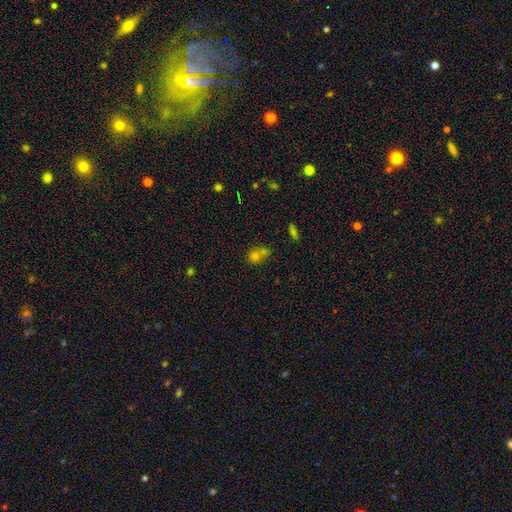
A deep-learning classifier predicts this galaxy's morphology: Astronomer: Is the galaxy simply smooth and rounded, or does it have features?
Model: smooth — 62%.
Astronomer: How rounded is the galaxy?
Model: round — 69%.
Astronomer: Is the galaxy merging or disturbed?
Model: none — 47% (runner-up: merger, 36%).